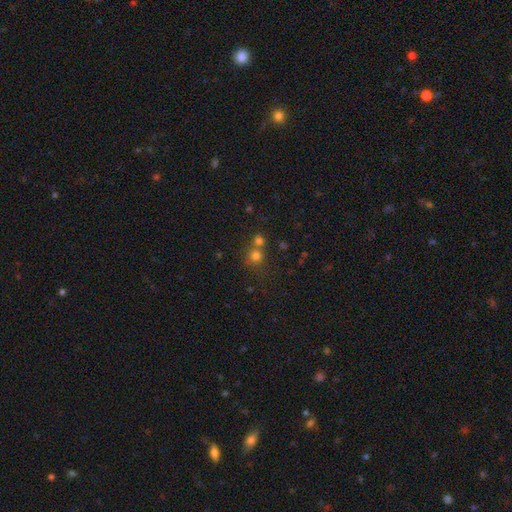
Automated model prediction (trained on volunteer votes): This appears to be a smooth galaxy with no disk features (72%) that is round (87%). Merging: none (50%).